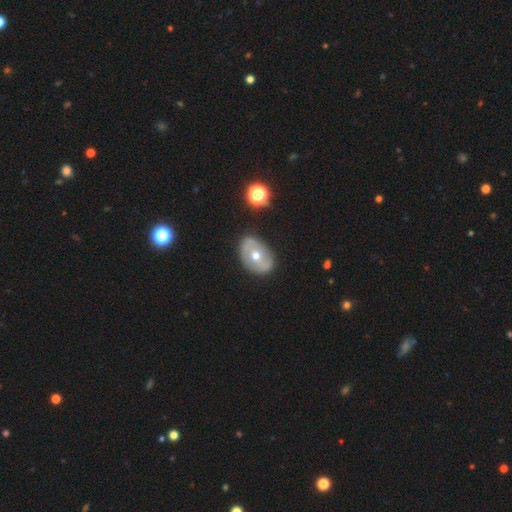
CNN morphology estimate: Smooth or featured? featured or disk (56%)
Edge-on disk? no (93%)
Bar? no (66%)
Spiral arms? no (63%)
Bulge size? moderate (70%)
Merging? none (78%)